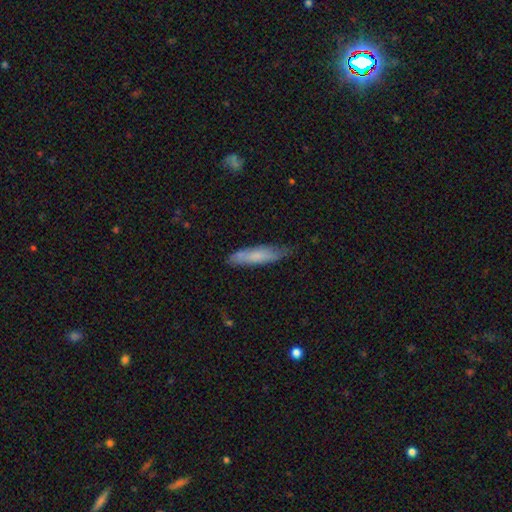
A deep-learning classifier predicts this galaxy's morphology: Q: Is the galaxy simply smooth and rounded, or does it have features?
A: smooth — 69%.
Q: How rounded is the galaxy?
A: cigar-shaped — 80%.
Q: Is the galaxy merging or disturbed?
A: none — 70%.